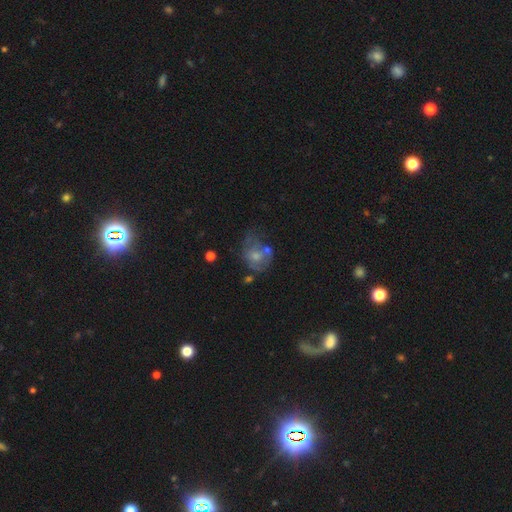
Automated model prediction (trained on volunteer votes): This is marginally a featured or disk galaxy (45%). Merging: marginally none (32%).